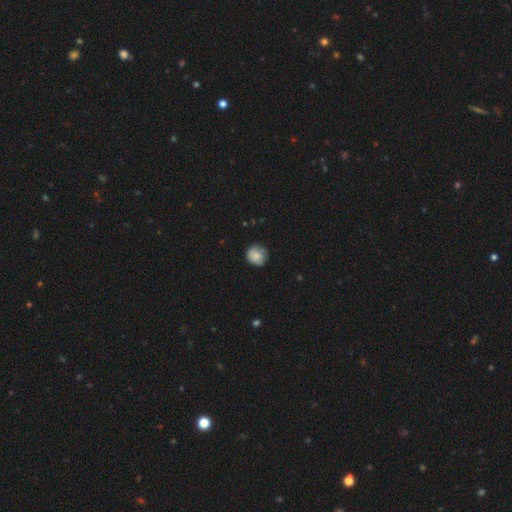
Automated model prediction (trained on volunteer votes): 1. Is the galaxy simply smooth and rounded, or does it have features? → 80% smooth, 13% featured or disk, 8% star or artifact.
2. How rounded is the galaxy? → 85% round, 15% in between, 1% cigar-shaped.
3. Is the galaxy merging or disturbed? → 71% none, 23% minor disturbance, 4% major disturbance, 1% merger.